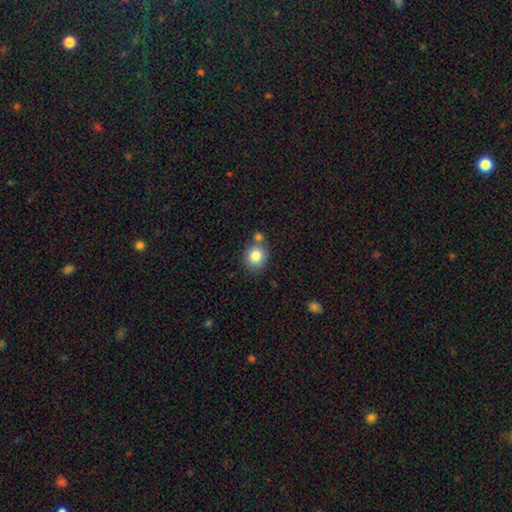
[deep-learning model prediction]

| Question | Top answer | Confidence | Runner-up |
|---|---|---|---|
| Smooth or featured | smooth | 83% | star or artifact (9%) |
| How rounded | round | 81% | in between (18%) |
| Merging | none | 64% | merger (21%) |